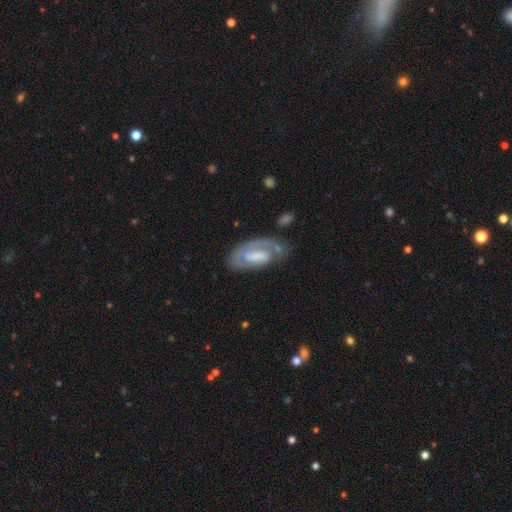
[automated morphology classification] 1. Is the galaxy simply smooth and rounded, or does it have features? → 62% featured or disk, 31% smooth, 6% star or artifact.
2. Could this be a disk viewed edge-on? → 93% no, 7% yes.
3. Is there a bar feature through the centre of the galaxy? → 39% no, 38% weak, 23% strong.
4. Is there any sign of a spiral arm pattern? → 71% yes, 29% no.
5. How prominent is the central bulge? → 30% moderate, 26% none, 21% large, 21% small, 3% dominant.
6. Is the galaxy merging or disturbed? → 52% none, 24% minor disturbance, 19% major disturbance, 5% merger.